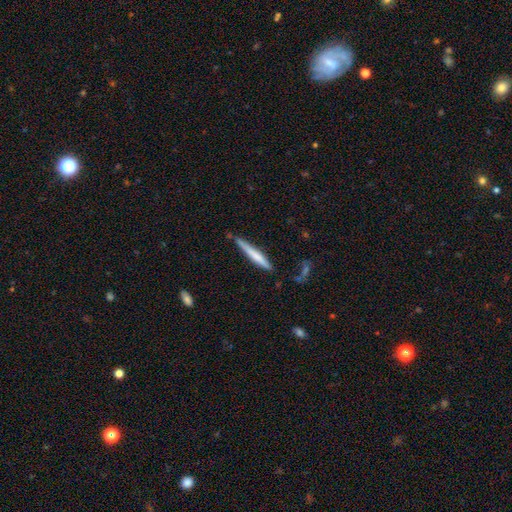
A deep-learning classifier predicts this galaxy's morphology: This appears to be a smooth galaxy with no disk features (59%) that is cigar-shaped (95%). Merging: none (74%).